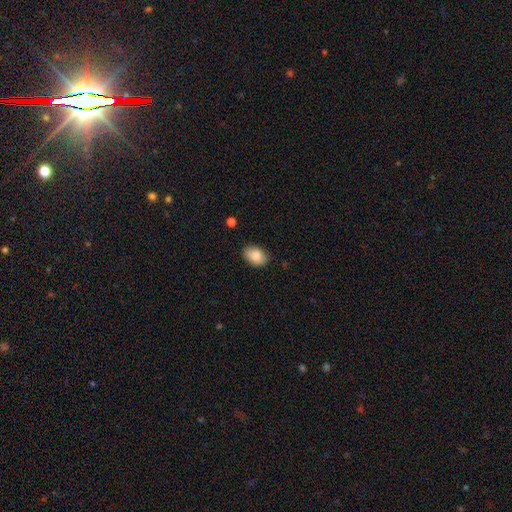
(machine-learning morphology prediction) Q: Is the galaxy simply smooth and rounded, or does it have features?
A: smooth — 85%.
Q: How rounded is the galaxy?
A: in between — 84%.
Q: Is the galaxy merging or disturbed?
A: none — 81%.